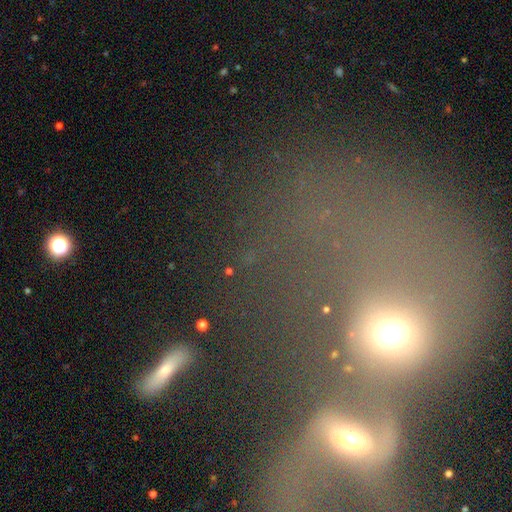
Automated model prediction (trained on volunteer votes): smooth_or_featured: smooth (p=0.40) [alt: featured or disk p=0.36]
merging: merger (p=0.52) [alt: none p=0.19]